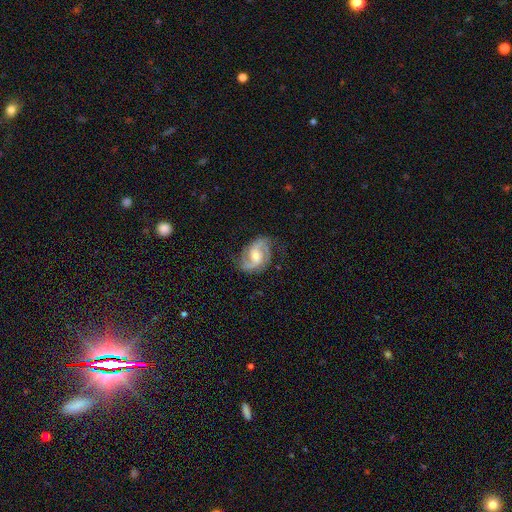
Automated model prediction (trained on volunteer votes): Q: Smooth or featured?
A: featured or disk (88%); runner-up: smooth (7%)
Q: Edge-on disk?
A: no (98%); runner-up: yes (2%)
Q: Bar?
A: weak (47%); runner-up: no (40%)
Q: Spiral arms?
A: yes (98%); runner-up: no (2%)
Q: Spiral winding?
A: medium (54%); runner-up: tight (26%)
Q: Spiral arm count?
A: 2 (86%); runner-up: 3 (6%)
Q: Bulge size?
A: moderate (58%); runner-up: small (33%)
Q: Merging?
A: none (74%); runner-up: minor disturbance (18%)